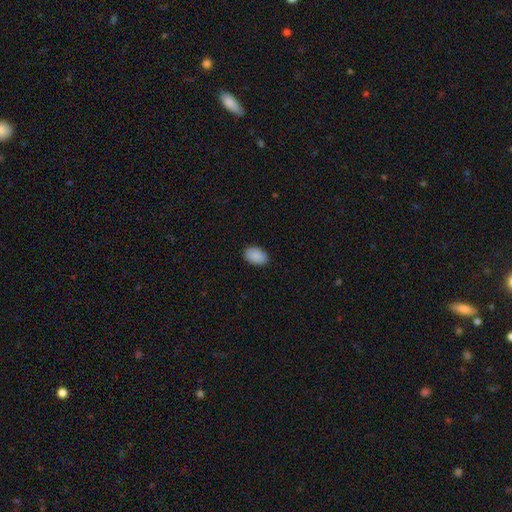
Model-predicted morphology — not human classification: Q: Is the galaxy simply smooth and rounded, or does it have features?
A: smooth — 90%.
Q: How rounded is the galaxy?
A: in between — 92%.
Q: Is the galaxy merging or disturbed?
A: none — 89%.